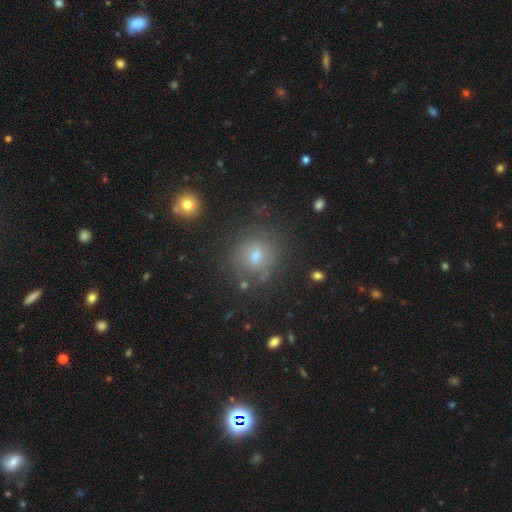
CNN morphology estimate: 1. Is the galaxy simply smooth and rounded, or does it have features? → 64% smooth, 20% star or artifact, 16% featured or disk.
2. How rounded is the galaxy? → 84% round, 15% in between, 1% cigar-shaped.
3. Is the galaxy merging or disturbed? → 77% none, 14% minor disturbance, 5% major disturbance, 4% merger.